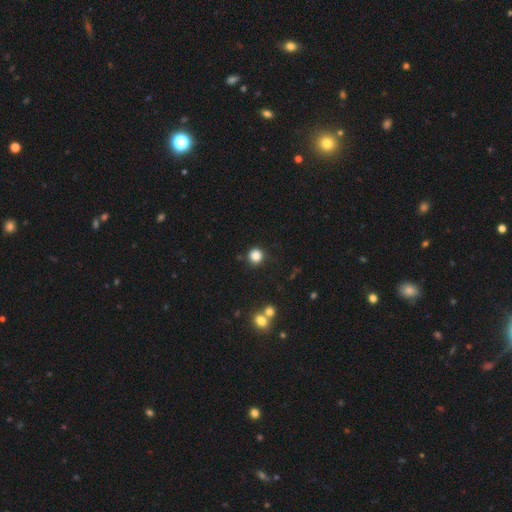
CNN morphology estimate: A smooth galaxy with no disk features (84%) that is round (92%).

Vote fractions:
- Smooth or featured? smooth: 84% / star or artifact: 12% / featured or disk: 4%
- How rounded? round: 92% / in between: 7% / cigar-shaped: 1%
- Merging? none: 84% / minor disturbance: 10% / merger: 3% / major disturbance: 3%